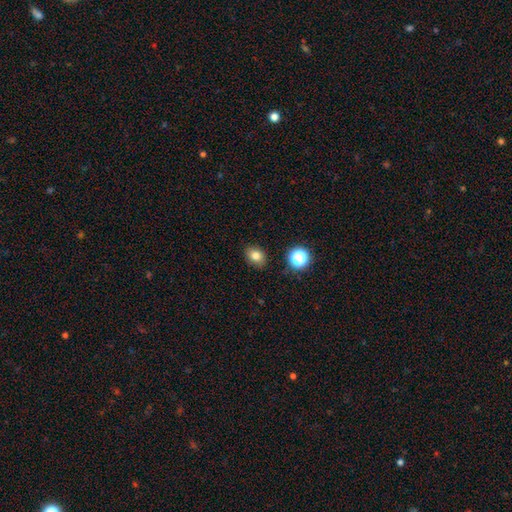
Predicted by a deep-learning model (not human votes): A smooth galaxy with no disk features (80%) that is in between round and cigar-shaped (58%).

Vote fractions:
- Smooth or featured? smooth: 80% / star or artifact: 13% / featured or disk: 7%
- How rounded? in between: 58% / round: 41% / cigar-shaped: 1%
- Merging? none: 86% / minor disturbance: 10% / major disturbance: 2% / merger: 2%